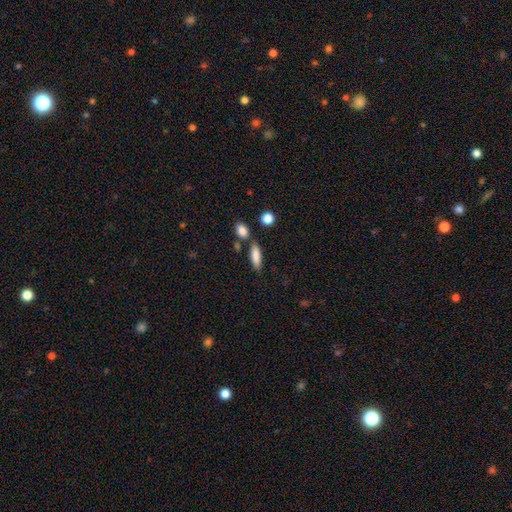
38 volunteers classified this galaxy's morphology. Volunteers were most divided on "how rounded": cigar-shaped: 78%, in between: 19%, round: 3%. More confident: smooth or featured — smooth (84%); merging — none (83%).